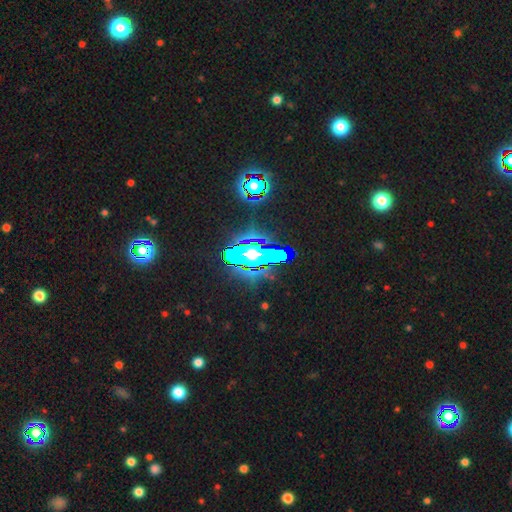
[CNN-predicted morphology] A star or artifact, not a galaxy (59%).

Vote fractions:
- Smooth or featured? star or artifact: 59% / featured or disk: 23% / smooth: 18%